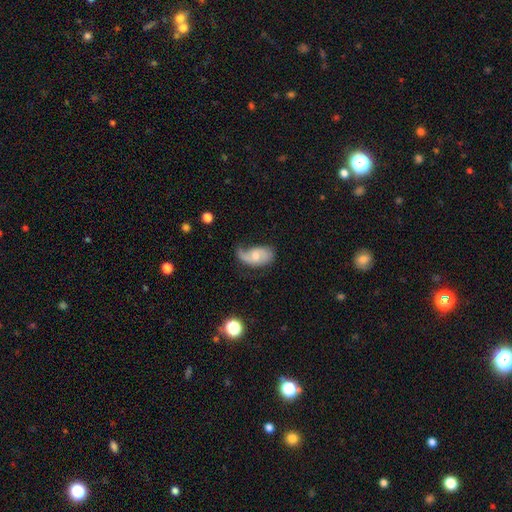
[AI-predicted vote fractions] smooth-or-featured: featured or disk: 57% | smooth: 36% | star or artifact: 7%
  disk-edge-on: no: 95% | yes: 5%
    bar: no: 65% | weak: 29% | strong: 6%
    has-spiral-arms: yes: 80% | no: 20%
    bulge-size: moderate: 53% | small: 38% | large: 4% | none: 4% | dominant: 1%
  merging: minor disturbance: 35% | none: 32% | major disturbance: 29% | merger: 4%